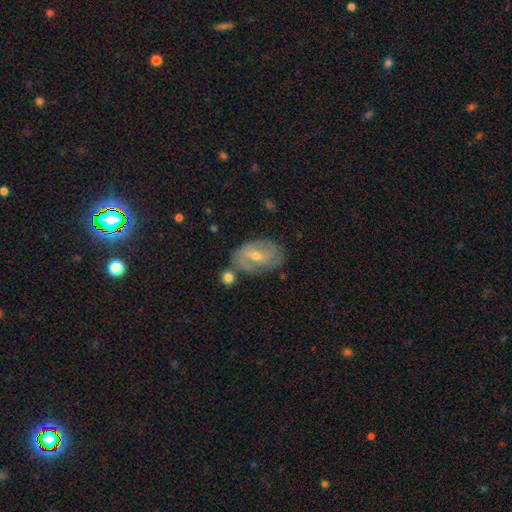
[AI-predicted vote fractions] smooth_or_featured: featured or disk (p=0.68) [alt: smooth p=0.23]
disk_edge_on: no (p=0.95) [alt: yes p=0.05]
bar: weak (p=0.49) [alt: no p=0.36]
has_spiral_arms: yes (p=0.83) [alt: no p=0.17]
spiral_winding: tight (p=0.50) [alt: medium p=0.36]
spiral_arm_count: 2 (p=0.40) [alt: can't tell p=0.37]
bulge_size: small (p=0.51) [alt: moderate p=0.45]
merging: none (p=0.65) [alt: minor disturbance p=0.20]